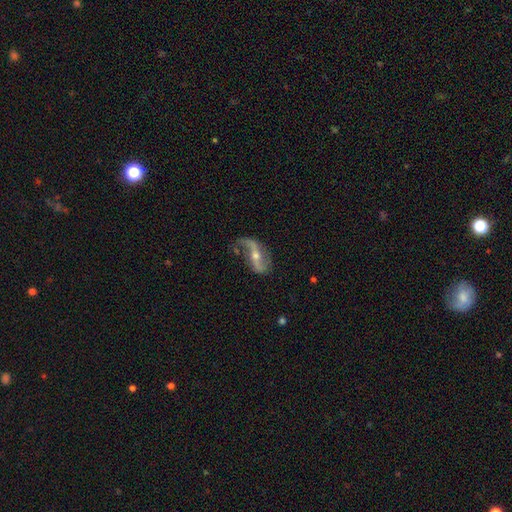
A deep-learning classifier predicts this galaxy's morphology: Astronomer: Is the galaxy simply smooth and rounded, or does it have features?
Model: featured or disk — 86%.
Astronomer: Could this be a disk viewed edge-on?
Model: no — 93%.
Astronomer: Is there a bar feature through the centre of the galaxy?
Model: strong — 39% (runner-up: weak, 32%).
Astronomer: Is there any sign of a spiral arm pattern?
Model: yes — 93%.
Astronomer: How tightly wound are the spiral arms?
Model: loose — 81%.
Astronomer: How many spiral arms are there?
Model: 2 — 86%.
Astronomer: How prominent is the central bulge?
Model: moderate — 51% (runner-up: small, 45%).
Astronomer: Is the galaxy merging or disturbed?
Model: none — 61%.